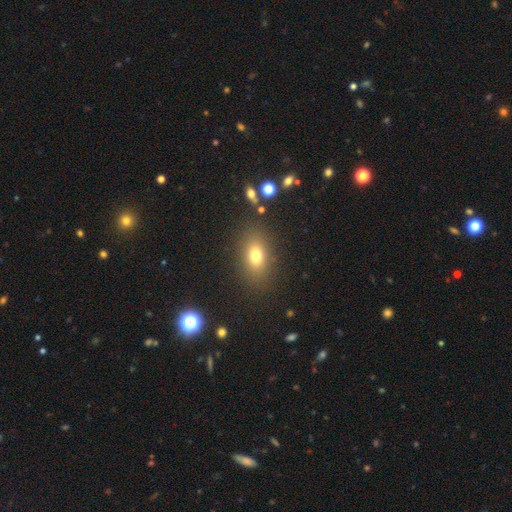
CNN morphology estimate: A smooth galaxy with no disk features (74%) that is in between round and cigar-shaped (78%). Merging: none (84%).